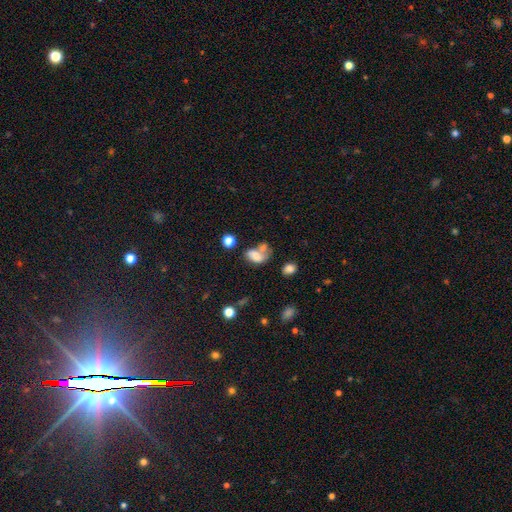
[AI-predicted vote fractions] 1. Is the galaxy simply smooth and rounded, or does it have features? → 68% smooth, 19% featured or disk, 13% star or artifact.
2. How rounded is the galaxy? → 85% in between, 13% round, 2% cigar-shaped.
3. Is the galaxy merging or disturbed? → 47% merger, 23% none, 15% minor disturbance, 15% major disturbance.